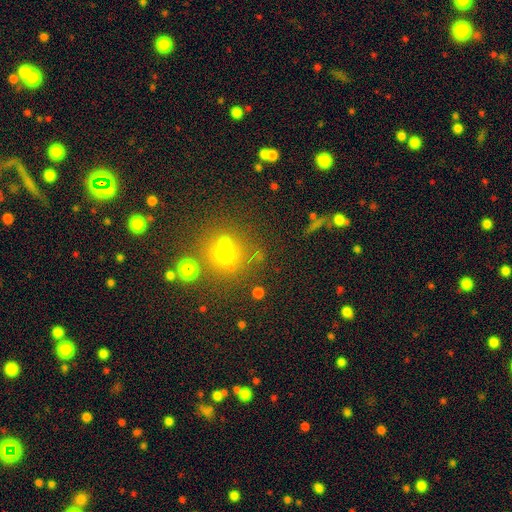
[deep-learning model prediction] Smooth or featured?
  - smooth: 57% *
  - star or artifact: 30%
  - featured or disk: 13%
How rounded?
  - round: 89% *
  - in between: 10%
  - cigar-shaped: 1%
Merging?
  - none: 66% *
  - merger: 20%
  - minor disturbance: 10%
  - major disturbance: 5%